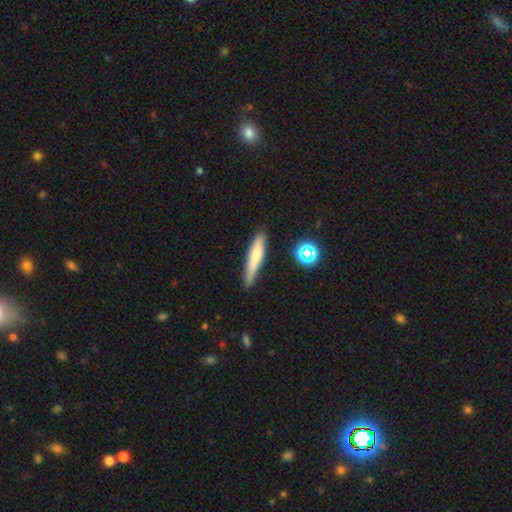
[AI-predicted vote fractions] A smooth galaxy with no disk features (68%) that is cigar-shaped (87%). Merging: none (82%).